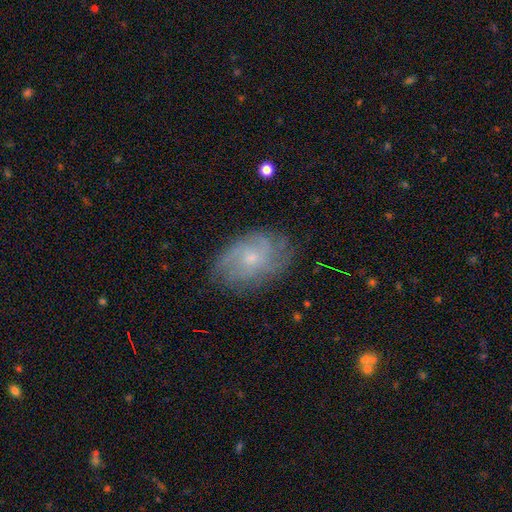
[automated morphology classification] A featured or disk galaxy (63%) with no bar (74%), tight (50%) spiral arms (89%) and a small central bulge (64%).

Vote fractions:
- Smooth or featured? featured or disk: 63% / smooth: 24% / star or artifact: 13%
- Edge-on disk? no: 96% / yes: 4%
- Bar? no: 74% / weak: 23% / strong: 3%
- Spiral arms? yes: 89% / no: 11%
- Spiral winding? tight: 50% / medium: 36% / loose: 14%
- Spiral arm count? can't tell: 46% / 3: 14% / 2: 14% / 4: 13% / more than 4: 7% / 1: 6%
- Bulge size? small: 64% / moderate: 31% / none: 3% / large: 2% / dominant: 1%
- Merging? none: 78% / minor disturbance: 16% / major disturbance: 5% / merger: 1%